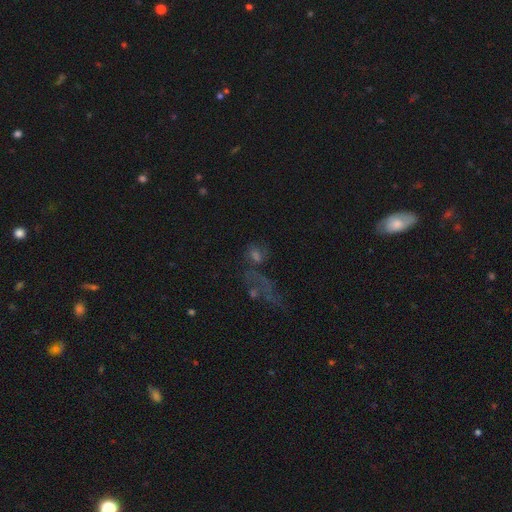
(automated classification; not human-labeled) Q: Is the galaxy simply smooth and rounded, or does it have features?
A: star or artifact — 41%.